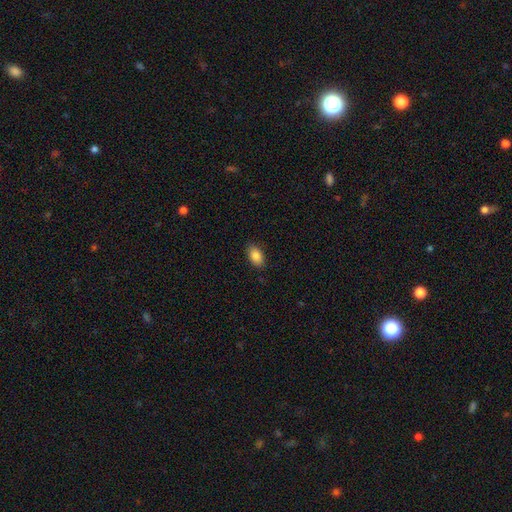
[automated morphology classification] Smooth or featured? Predicted: smooth (p=0.86). How rounded? Predicted: in between (p=0.91). Merging? Predicted: none (p=0.88).